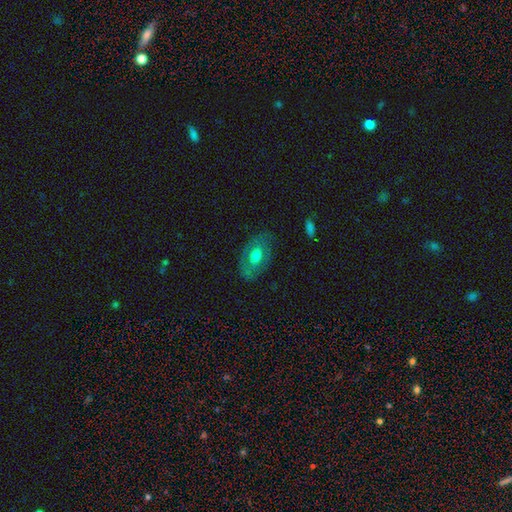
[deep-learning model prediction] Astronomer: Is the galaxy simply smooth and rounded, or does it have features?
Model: smooth — 50% (runner-up: featured or disk, 43%).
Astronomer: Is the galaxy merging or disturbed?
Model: none — 77%.